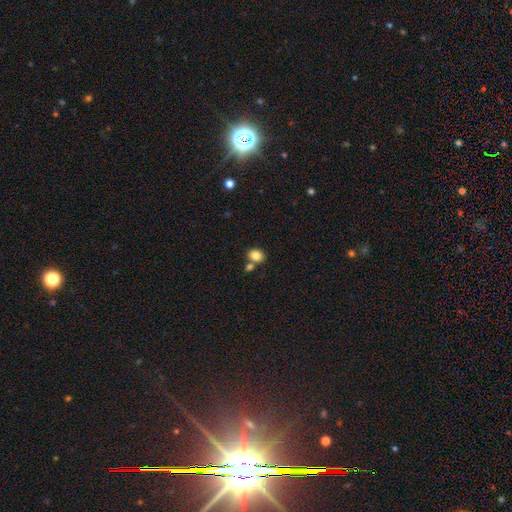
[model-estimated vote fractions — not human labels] A smooth galaxy with no disk features (83%) that is in between round and cigar-shaped (61%). Merging: none (62%).